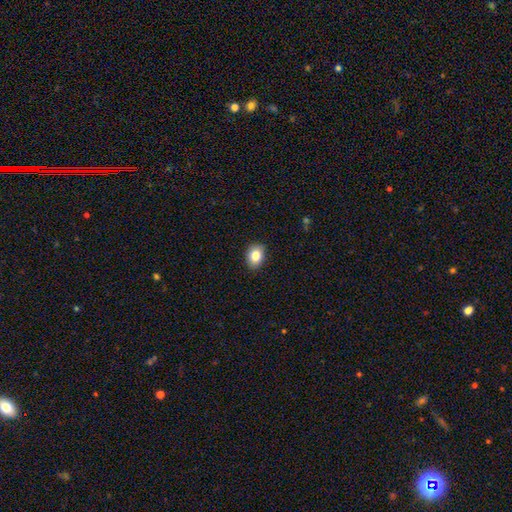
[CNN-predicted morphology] A smooth galaxy with no disk features (84%) that is in between round and cigar-shaped (64%). Merging: none (88%).